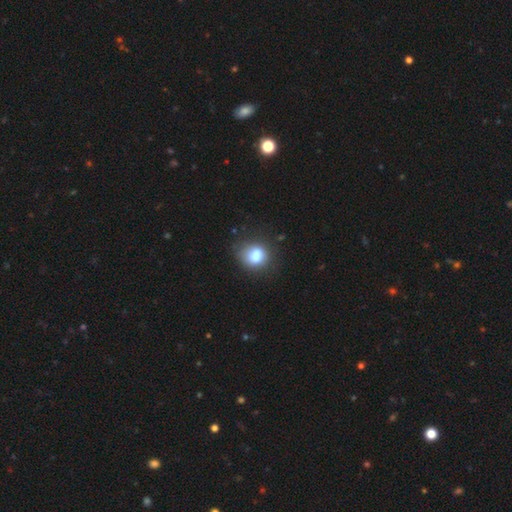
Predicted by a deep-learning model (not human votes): Q: Smooth or featured?
A: smooth (78%); runner-up: featured or disk (12%)
Q: How rounded?
A: round (64%); runner-up: in between (35%)
Q: Merging?
A: none (56%); runner-up: minor disturbance (23%)